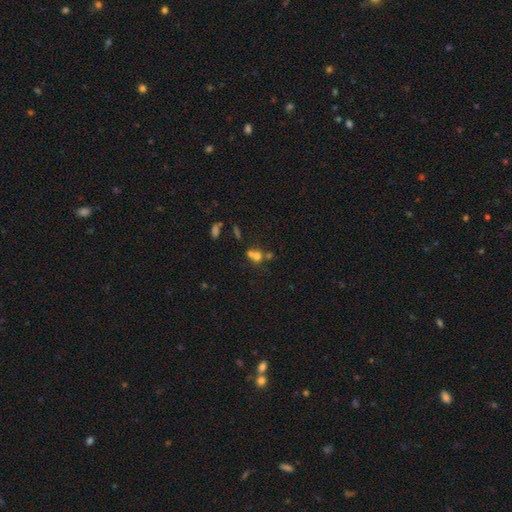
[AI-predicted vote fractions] The model was most divided on "merging": merger: 57%, none: 31%, minor disturbance: 7%, major disturbance: 4%. More confident: how rounded — round (71%); smooth or featured — smooth (61%).